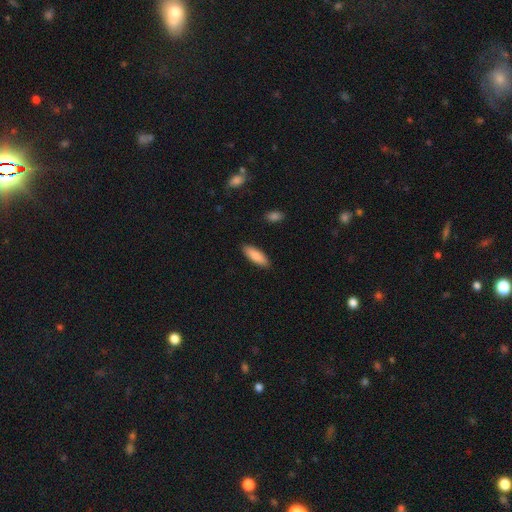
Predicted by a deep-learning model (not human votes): A smooth galaxy with no disk features (86%) that is in between round and cigar-shaped (61%). Merging: none (89%).